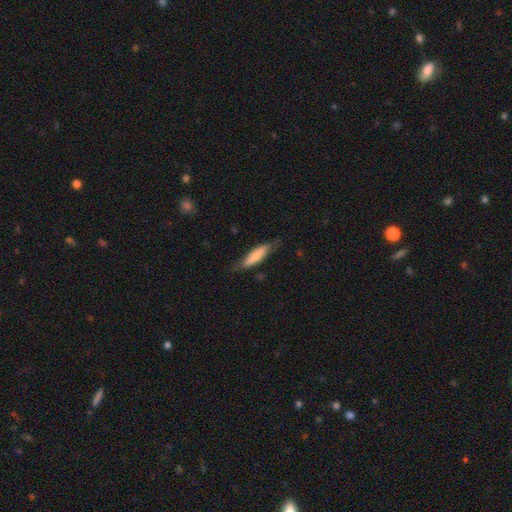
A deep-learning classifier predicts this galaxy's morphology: Smooth or featured?
  - smooth: 72% *
  - featured or disk: 22%
  - star or artifact: 6%
How rounded?
  - cigar-shaped: 65% *
  - in between: 34%
  - round: 2%
Merging?
  - none: 70% *
  - minor disturbance: 23%
  - major disturbance: 5%
  - merger: 2%